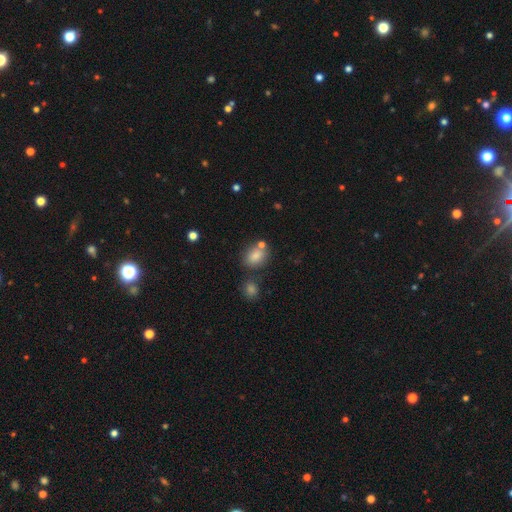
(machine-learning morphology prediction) type=smooth (81%); roundness=in between (65%); merging=none (62%).